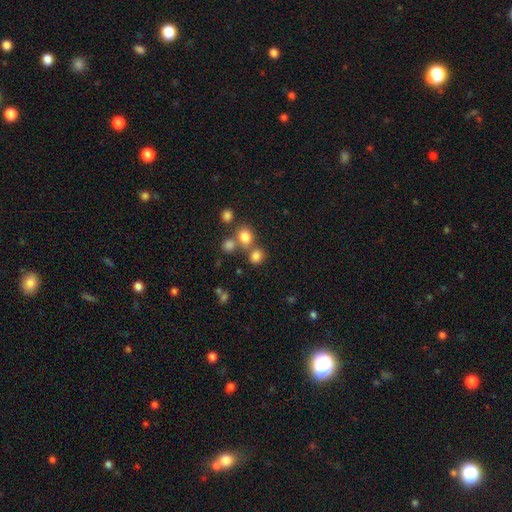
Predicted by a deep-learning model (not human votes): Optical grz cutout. It shows a smooth galaxy with no disk features (79%) that is round (73%). Merging: none (61%).